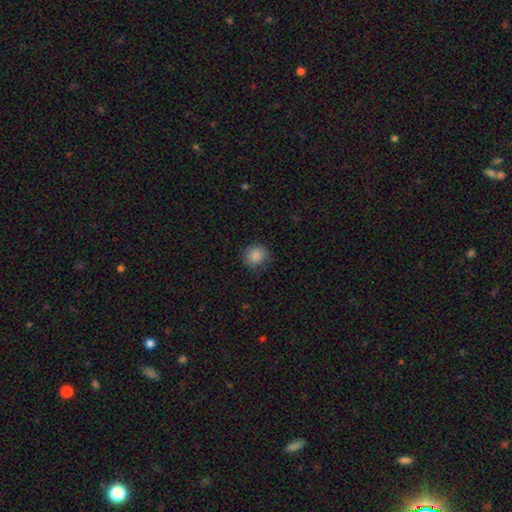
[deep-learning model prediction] smooth 87%, star or artifact 9%, featured or disk 3%. Down the decision tree: how rounded — round (86%); merging — none (82%).